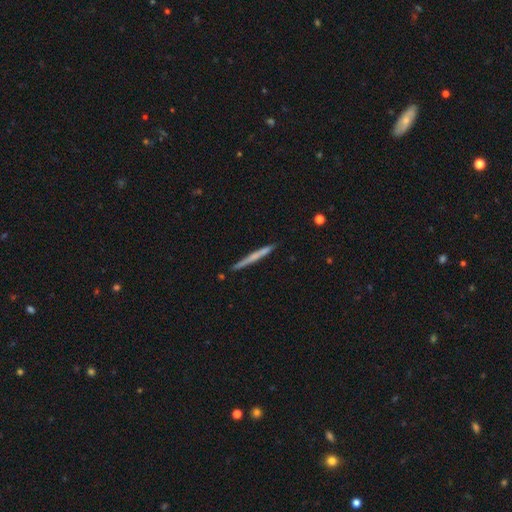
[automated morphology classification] smooth 47% (tied), featured or disk 47% (tied), star or artifact 5%. Down the decision tree: merging — none (90%).